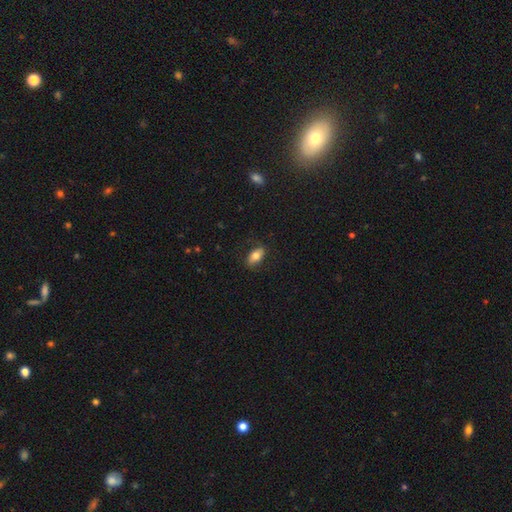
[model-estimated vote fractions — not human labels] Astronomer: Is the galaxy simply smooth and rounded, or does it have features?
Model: smooth — 76%.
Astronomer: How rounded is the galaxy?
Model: in between — 90%.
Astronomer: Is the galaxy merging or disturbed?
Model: none — 82%.